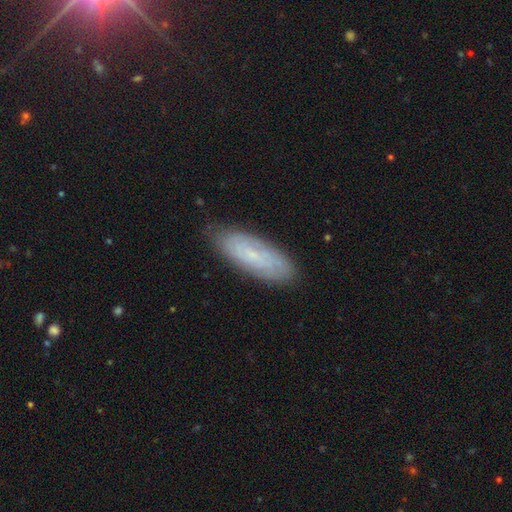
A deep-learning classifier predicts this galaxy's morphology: Smooth or featured?
  - smooth: 51% *
  - featured or disk: 38%
  - star or artifact: 11%
How rounded?
  - in between: 59% *
  - cigar-shaped: 39%
  - round: 2%
Merging?
  - none: 82% *
  - minor disturbance: 14%
  - major disturbance: 3%
  - merger: 1%